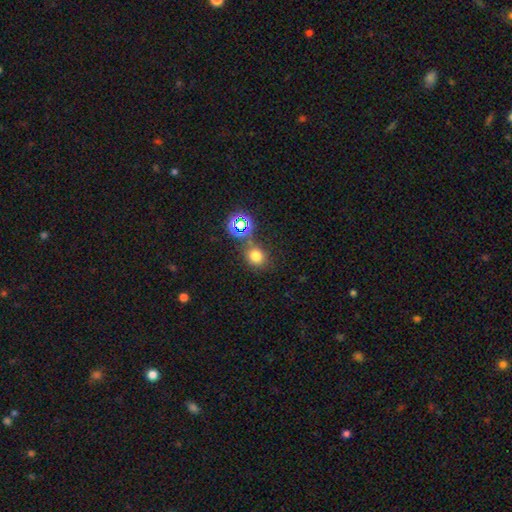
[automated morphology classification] This is likely a smooth galaxy (71%). How rounded: likely round (75%). Merging: likely none (69%).